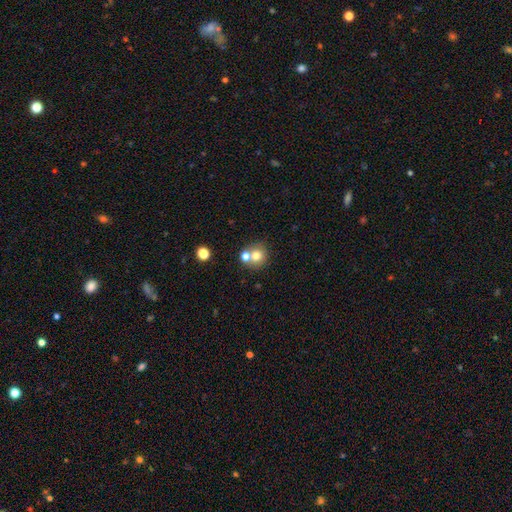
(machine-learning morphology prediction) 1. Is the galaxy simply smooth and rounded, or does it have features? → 73% smooth, 14% featured or disk, 12% star or artifact.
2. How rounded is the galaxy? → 86% round, 13% in between, 1% cigar-shaped.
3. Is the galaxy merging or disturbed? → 55% none, 35% merger, 8% minor disturbance, 3% major disturbance.